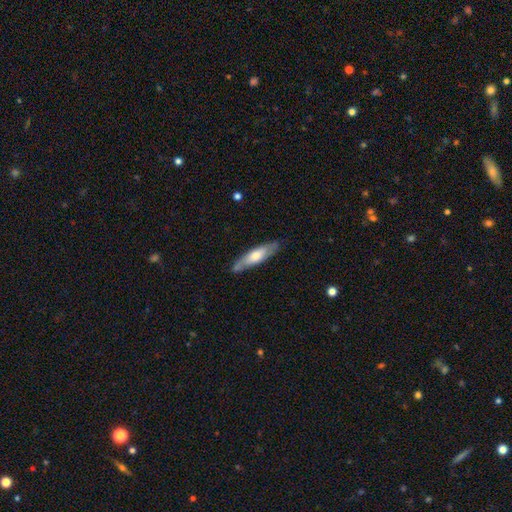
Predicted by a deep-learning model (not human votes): Q: Smooth or featured?
A: smooth (49%); runner-up: featured or disk (45%)
Q: Merging?
A: none (80%); runner-up: minor disturbance (15%)